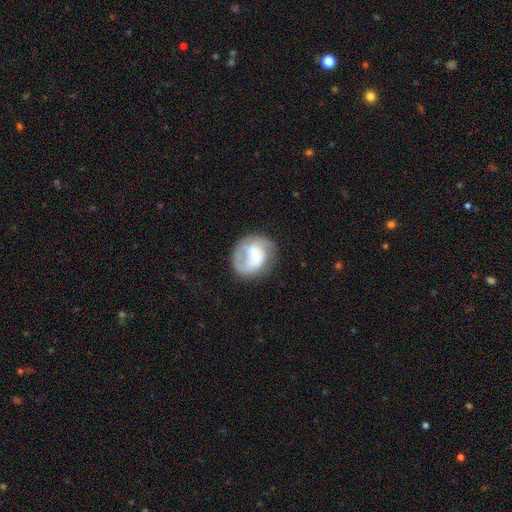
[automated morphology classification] Smooth or featured? Predicted: featured or disk (p=0.67). Edge-on disk? Predicted: no (p=0.98). Bar? Predicted: no (p=0.61). Spiral arms? Predicted: yes (p=0.82). Spiral winding? Predicted: medium (p=0.40). Spiral arm count? Predicted: 2 (p=0.49). Bulge size? Predicted: small (p=0.50). Merging? Predicted: none (p=0.62).